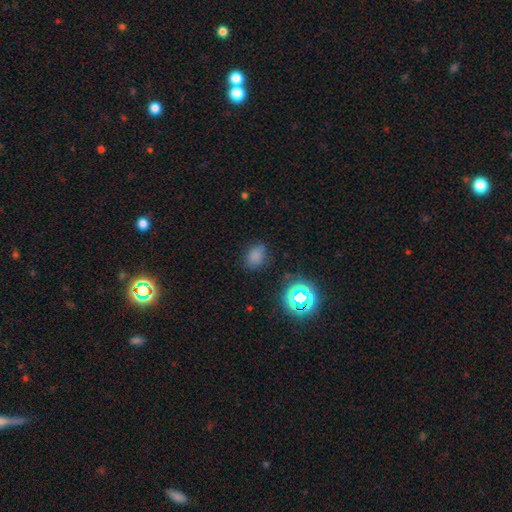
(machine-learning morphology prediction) A smooth galaxy with no disk features (71%) that is in between round and cigar-shaped (66%).

Vote fractions:
- Smooth or featured? smooth: 71% / star or artifact: 22% / featured or disk: 7%
- How rounded? in between: 66% / round: 33% / cigar-shaped: 1%
- Merging? none: 74% / minor disturbance: 19% / major disturbance: 6% / merger: 2%